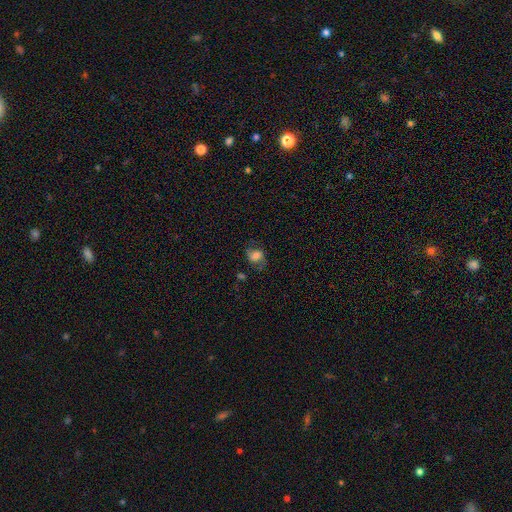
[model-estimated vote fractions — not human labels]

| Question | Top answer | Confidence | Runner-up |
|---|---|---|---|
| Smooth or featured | smooth | 63% | featured or disk (25%) |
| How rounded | in between | 55% | round (44%) |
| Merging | none | 57% | minor disturbance (25%) |